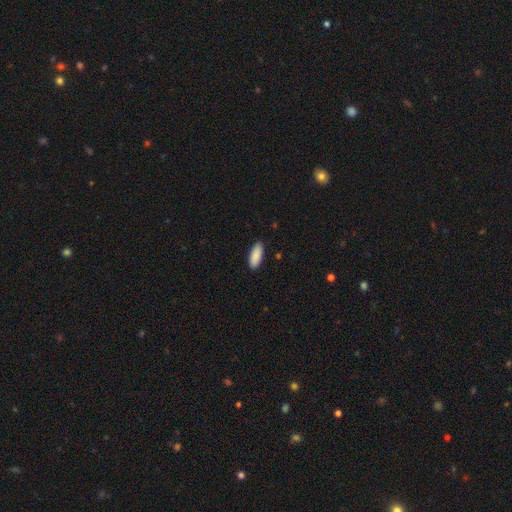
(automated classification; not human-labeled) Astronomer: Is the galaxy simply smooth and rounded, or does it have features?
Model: smooth — 90%.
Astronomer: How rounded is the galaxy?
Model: in between — 77%.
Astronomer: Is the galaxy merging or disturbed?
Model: none — 89%.